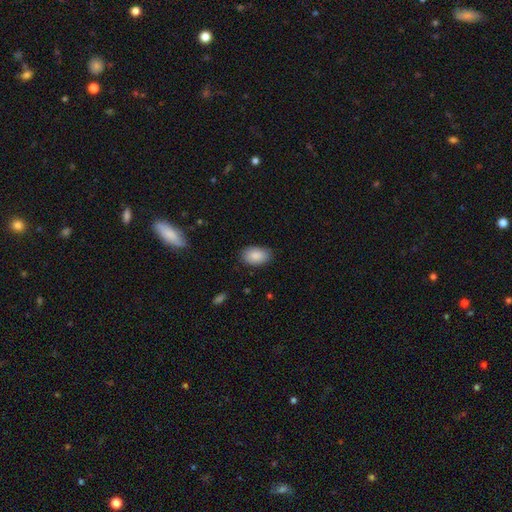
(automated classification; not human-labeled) The model was most divided on "merging": none: 83%, minor disturbance: 14%, major disturbance: 3%, merger: 1%. More confident: how rounded — in between (90%); smooth or featured — smooth (88%).